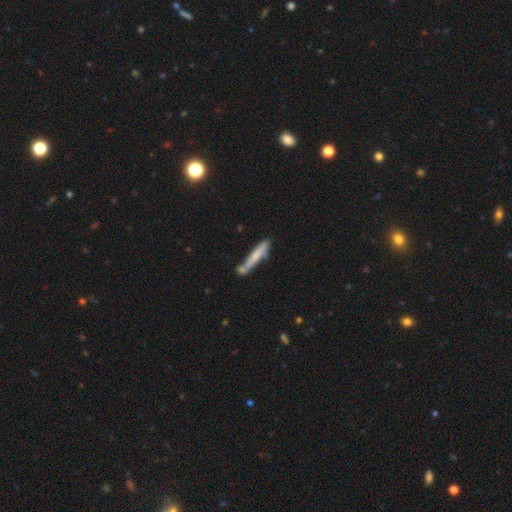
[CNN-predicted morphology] A smooth galaxy with no disk features (59%) that is cigar-shaped (93%).

Vote fractions:
- Smooth or featured? smooth: 59% / featured or disk: 35% / star or artifact: 7%
- How rounded? cigar-shaped: 93% / in between: 6% / round: 1%
- Merging? none: 61% / minor disturbance: 20% / merger: 14% / major disturbance: 5%